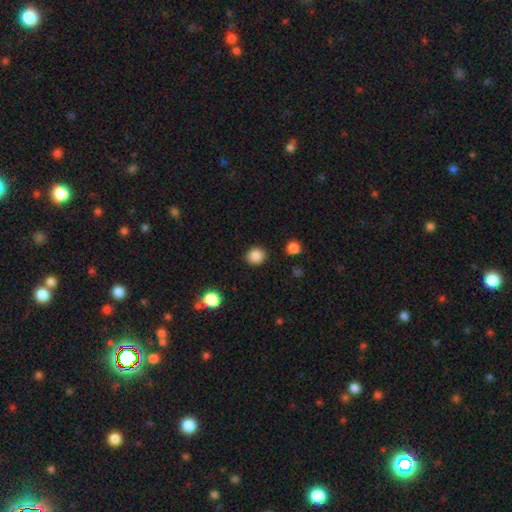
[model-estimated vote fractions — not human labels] Smooth or featured? Predicted: smooth (p=0.86). How rounded? Predicted: round (p=0.85). Merging? Predicted: none (p=0.90).